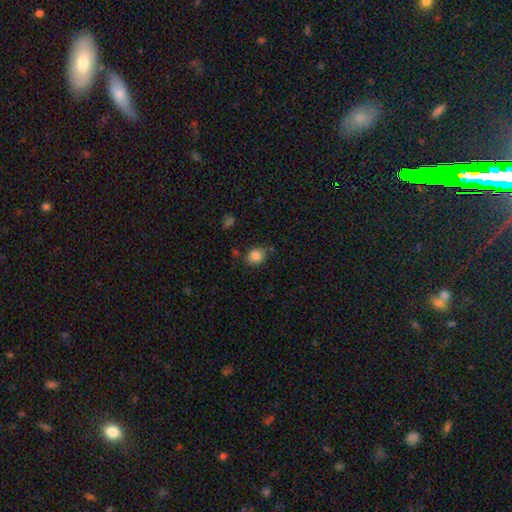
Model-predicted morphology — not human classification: Smooth or featured?
  - smooth: 85% *
  - star or artifact: 10%
  - featured or disk: 5%
How rounded?
  - round: 58% *
  - in between: 41%
  - cigar-shaped: 1%
Merging?
  - none: 72% *
  - minor disturbance: 18%
  - merger: 5%
  - major disturbance: 4%